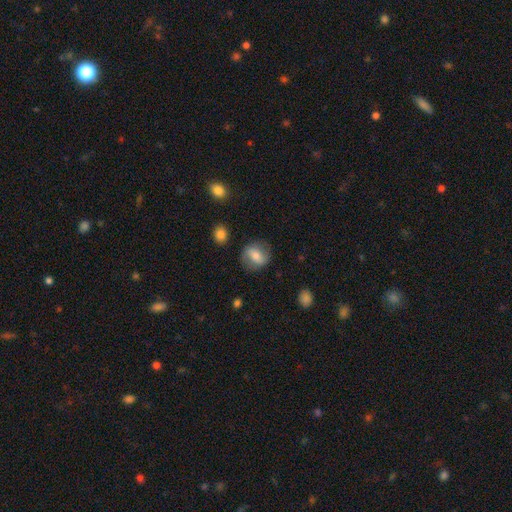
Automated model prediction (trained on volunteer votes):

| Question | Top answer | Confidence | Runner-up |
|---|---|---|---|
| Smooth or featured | smooth | 59% | featured or disk (32%) |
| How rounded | round | 64% | in between (34%) |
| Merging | none | 79% | minor disturbance (14%) |